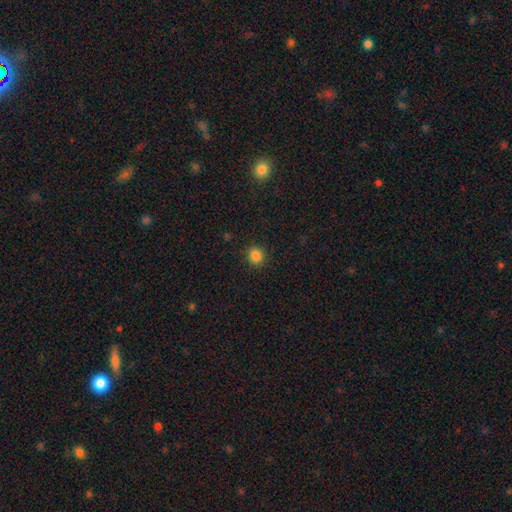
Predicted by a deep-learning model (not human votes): Morphology: type=smooth (84%); roundness=round (88%); merging=none (91%).